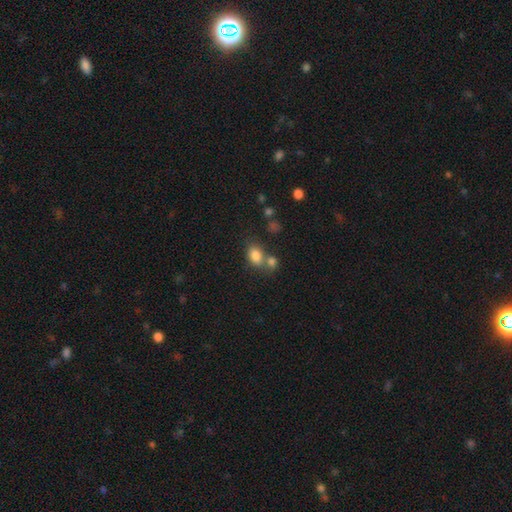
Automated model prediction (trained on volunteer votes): Smooth or featured? Predicted: smooth (p=0.82). How rounded? Predicted: in between (p=0.76). Merging? Predicted: none (p=0.47).